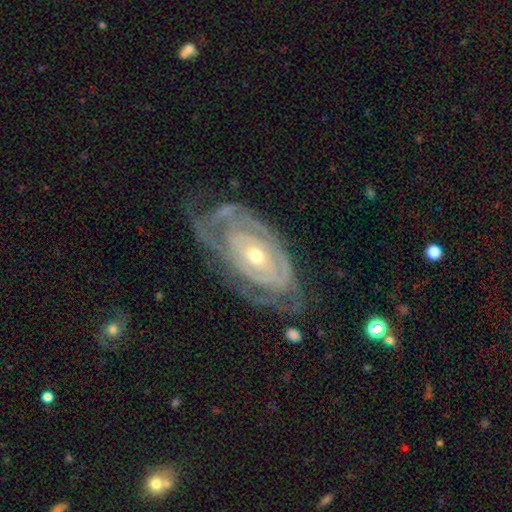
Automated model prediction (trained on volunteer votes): smooth_or_featured: featured or disk (p=0.86) [alt: smooth p=0.09]
disk_edge_on: no (p=0.94) [alt: yes p=0.06]
bar: no (p=0.70) [alt: weak p=0.21]
has_spiral_arms: yes (p=0.87) [alt: no p=0.13]
spiral_winding: tight (p=0.76) [alt: medium p=0.18]
spiral_arm_count: can't tell (p=0.44) [alt: 2 p=0.25]
bulge_size: small (p=0.50) [alt: moderate p=0.46]
merging: none (p=0.63) [alt: minor disturbance p=0.22]